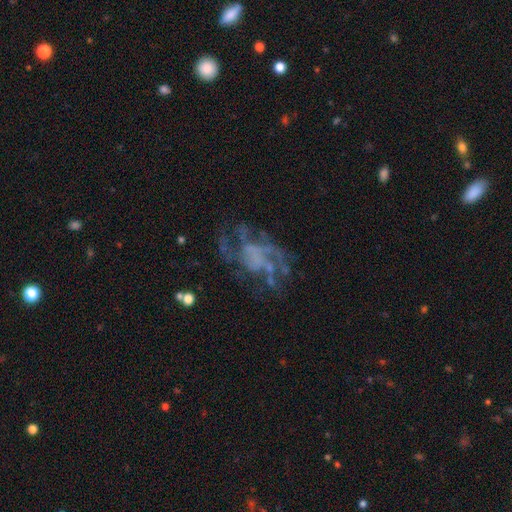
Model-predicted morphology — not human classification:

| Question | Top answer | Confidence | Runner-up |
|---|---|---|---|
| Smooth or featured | featured or disk | 75% | star or artifact (14%) |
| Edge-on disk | no | 98% | yes (2%) |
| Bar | no | 78% | weak (17%) |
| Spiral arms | yes | 71% | no (29%) |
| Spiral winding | medium | 38% | tied: loose (38%) |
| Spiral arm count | can't tell | 35% | 3 (22%) |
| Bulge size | none | 73% | small (10%) |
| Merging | none | 50% | major disturbance (31%) |